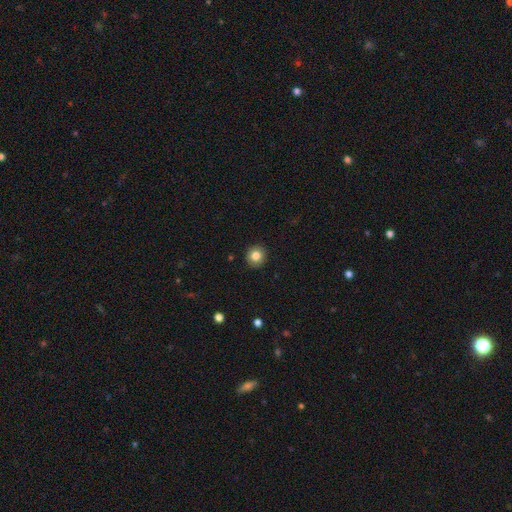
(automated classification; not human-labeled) A smooth galaxy with no disk features (82%) that is round (91%). Merging: none (91%).